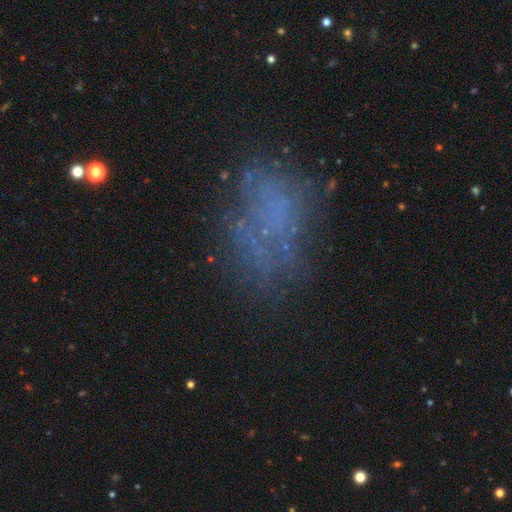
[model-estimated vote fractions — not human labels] smooth-or-featured: featured or disk: 41% | smooth: 34% | star or artifact: 25%
  merging: none: 52% | major disturbance: 25% | minor disturbance: 19% | merger: 4%